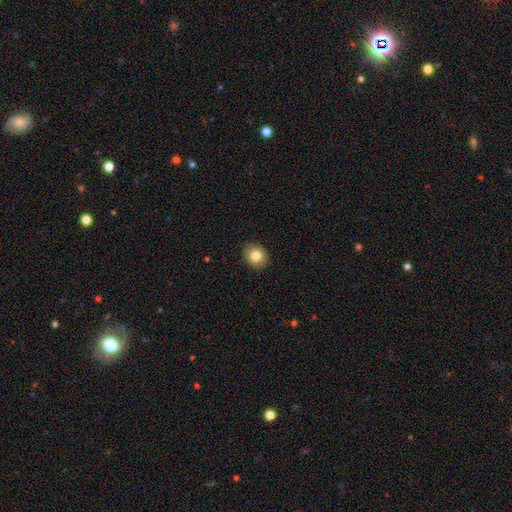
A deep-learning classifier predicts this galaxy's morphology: type=smooth (82%); roundness=round (59%); merging=none (89%).